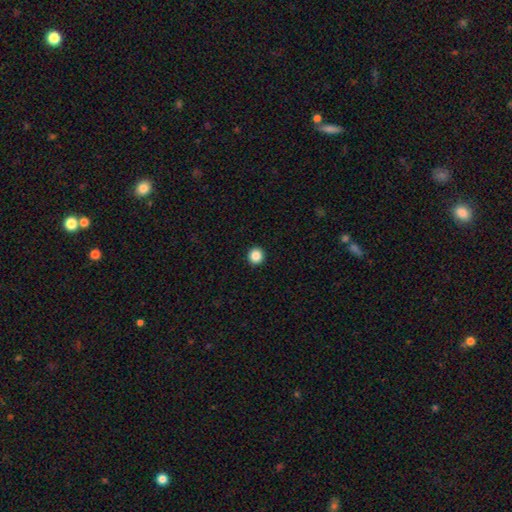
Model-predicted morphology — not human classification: Smooth or featured? Predicted: smooth (p=0.87). How rounded? Predicted: round (p=0.94). Merging? Predicted: none (p=0.94).